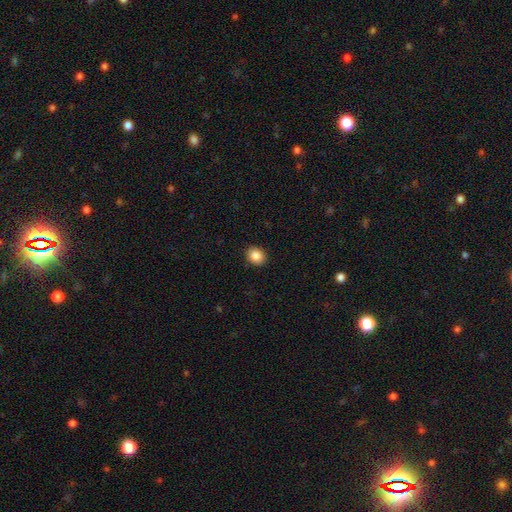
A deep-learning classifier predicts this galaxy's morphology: A smooth galaxy with no disk features (87%) that is round (63%).

Vote fractions:
- Smooth or featured? smooth: 87% / star or artifact: 9% / featured or disk: 4%
- How rounded? round: 63% / in between: 36% / cigar-shaped: 1%
- Merging? none: 91% / minor disturbance: 6% / major disturbance: 2% / merger: 1%